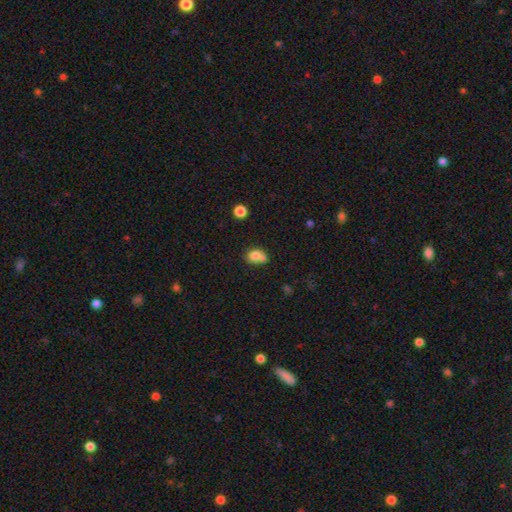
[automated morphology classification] Overall: smooth (77%). How rounded: in between (55%; round 44%). Merging: merger (37%; none 35%).